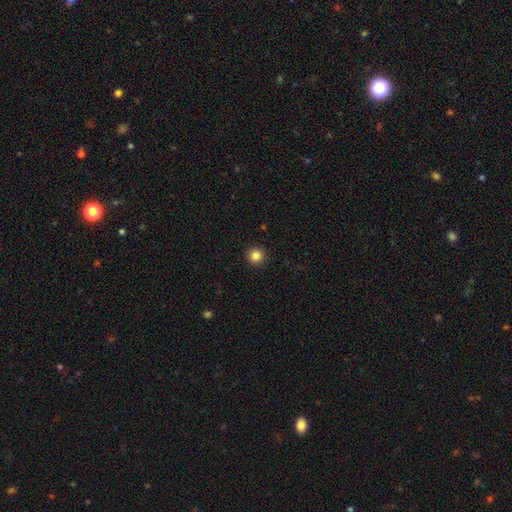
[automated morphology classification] This is clearly a smooth galaxy (85%). How rounded: clearly round (96%). Merging: clearly none (93%).